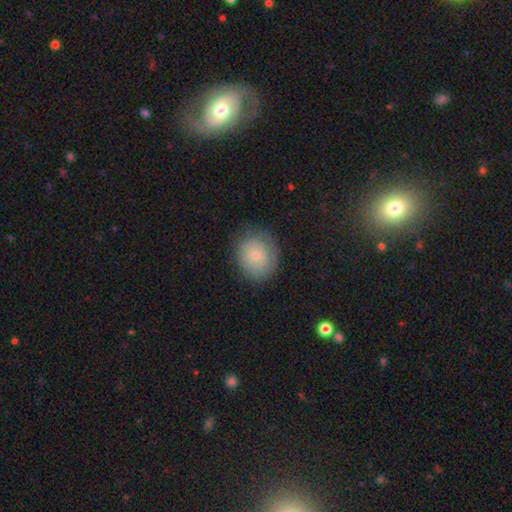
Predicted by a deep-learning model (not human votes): smooth-or-featured: smooth: 71% | featured or disk: 21% | star or artifact: 8%
  how-rounded: round: 75% | in between: 24% | cigar-shaped: 1%
  merging: none: 74% | minor disturbance: 19% | major disturbance: 7% | merger: 1%